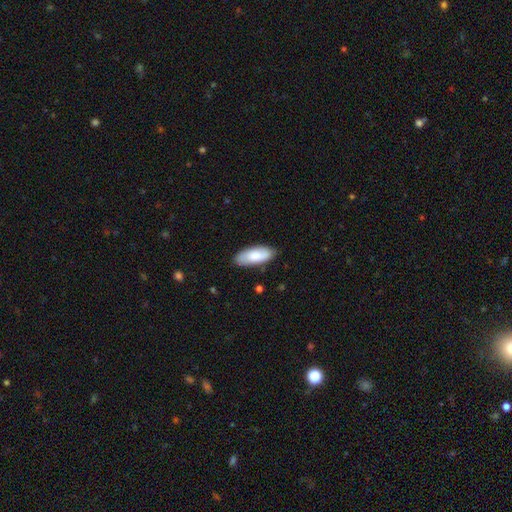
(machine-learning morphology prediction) Overall: smooth (78%). How rounded: in between (81%). Merging: none (83%).